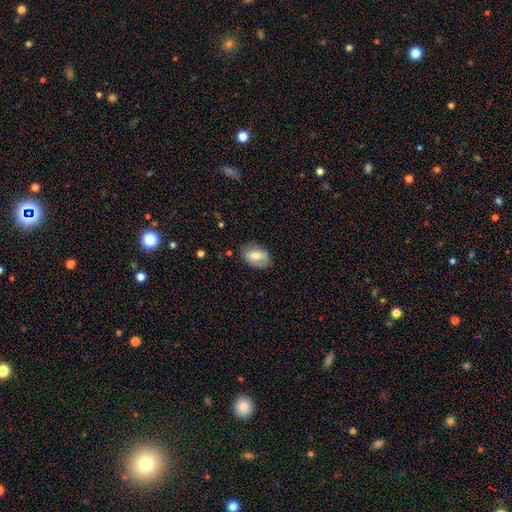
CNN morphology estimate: The model was most divided on "smooth or featured": smooth: 63%, featured or disk: 30%, star or artifact: 7%. More confident: how rounded — in between (89%); merging — none (76%).